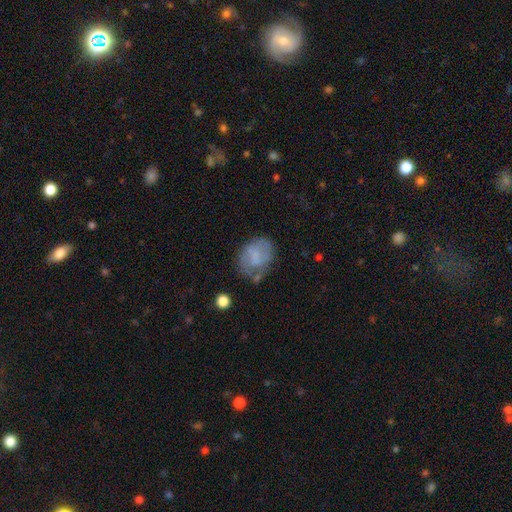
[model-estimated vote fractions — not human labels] smooth_or_featured: smooth (p=0.51) [alt: featured or disk p=0.40]
how_rounded: in between (p=0.65) [alt: round p=0.34]
merging: none (p=0.51) [alt: minor disturbance p=0.28]